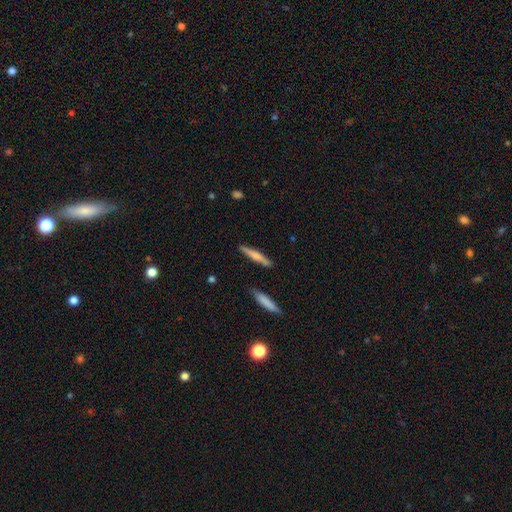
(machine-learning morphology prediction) smooth_or_featured: smooth (p=0.54) [alt: featured or disk p=0.40]
how_rounded: cigar-shaped (p=0.91) [alt: in between p=0.07]
merging: none (p=0.86) [alt: minor disturbance p=0.09]